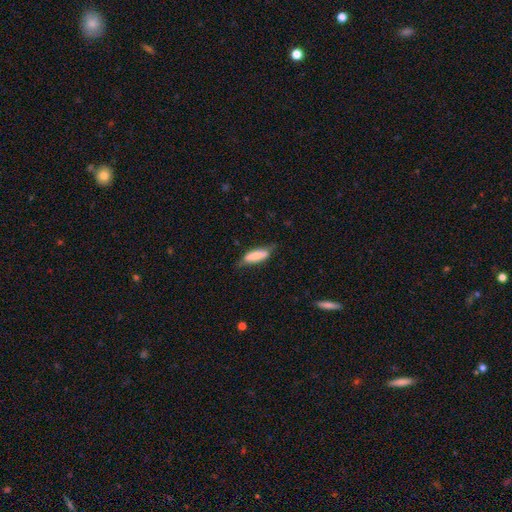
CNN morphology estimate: This is likely a smooth galaxy (79%). How rounded: possibly in between (50%). Merging: likely none (60%).